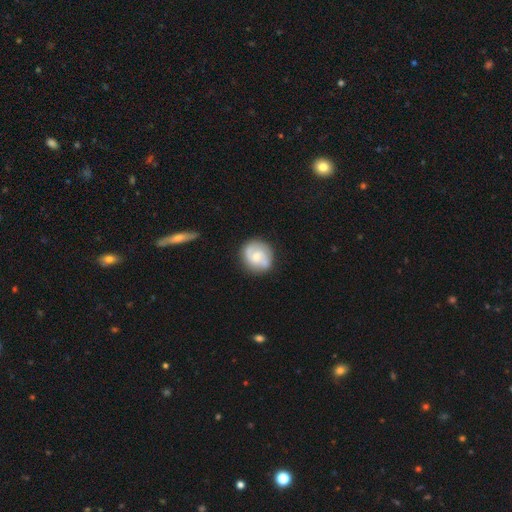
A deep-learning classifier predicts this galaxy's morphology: A featured or disk galaxy (64%) with no bar (61%), 2 (73%) medium (43%) spiral arms (88%) and a moderate central bulge (49%).

Vote fractions:
- Smooth or featured? featured or disk: 64% / smooth: 30% / star or artifact: 6%
- Edge-on disk? no: 98% / yes: 2%
- Bar? no: 61% / weak: 33% / strong: 6%
- Spiral arms? yes: 88% / no: 12%
- Spiral winding? medium: 43% / tight: 37% / loose: 20%
- Spiral arm count? 2: 73% / can't tell: 13% / 3: 7% / 1: 4% / 4: 2% / more than 4: 2%
- Bulge size? moderate: 49% / small: 46% / large: 2% / none: 2% / dominant: 1%
- Merging? none: 78% / minor disturbance: 15% / major disturbance: 4% / merger: 3%